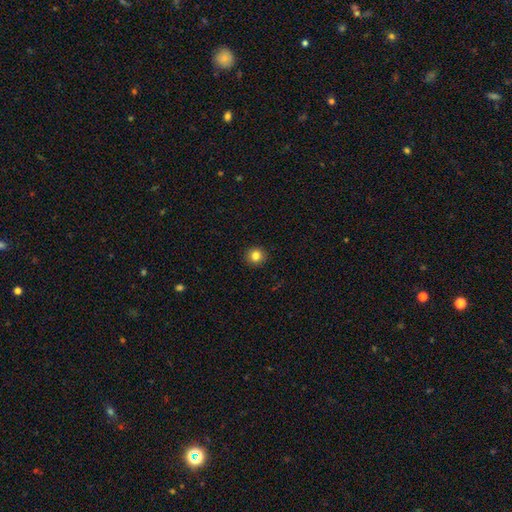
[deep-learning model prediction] A smooth galaxy with no disk features (83%) that is round (91%).

Vote fractions:
- Smooth or featured? smooth: 83% / star or artifact: 11% / featured or disk: 6%
- How rounded? round: 91% / in between: 8% / cigar-shaped: 1%
- Merging? none: 93% / minor disturbance: 5% / major disturbance: 2% / merger: 1%